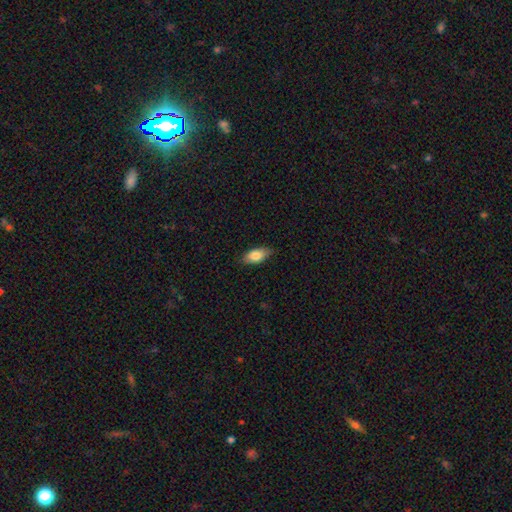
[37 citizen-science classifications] Smooth or featured: smooth — 84% (featured or disk — 8%)
How rounded: in between — 94% (cigar-shaped — 6%)
Merging: none — 79% (major disturbance — 12%)